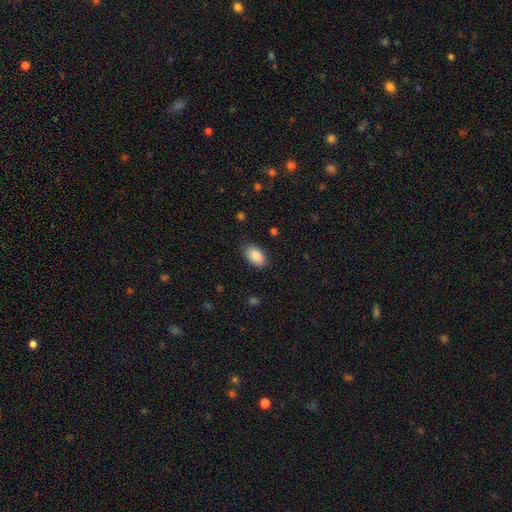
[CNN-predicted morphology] smooth 88%, star or artifact 7%, featured or disk 5%. Down the decision tree: how rounded — in between (93%); merging — none (84%).